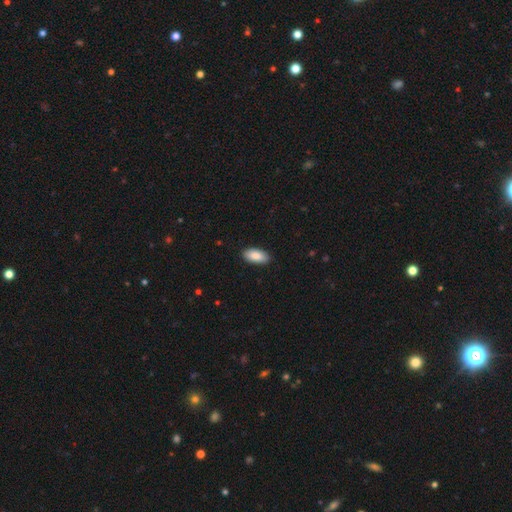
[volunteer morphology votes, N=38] A smooth galaxy with no disk features (84%) that is in between round and cigar-shaped (94%).

Vote fractions:
- Smooth or featured? smooth: 84% / featured or disk: 8% / star or artifact: 8%
- How rounded? in between: 94% / round: 3% / cigar-shaped: 3%
- Merging? none: 89% / minor disturbance: 11% / major disturbance: 0% / merger: 0%